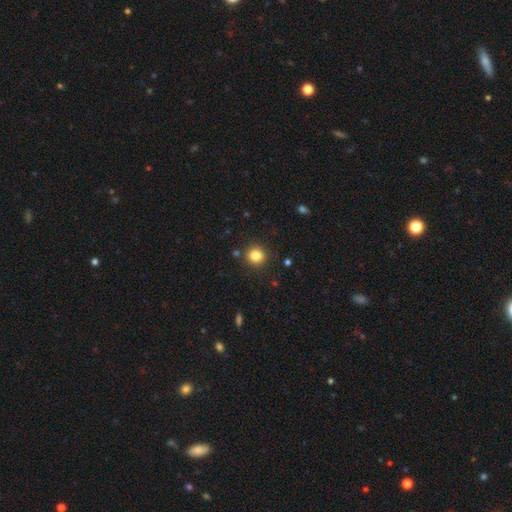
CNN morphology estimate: smooth 83%, star or artifact 12%, featured or disk 5%. Down the decision tree: how rounded — round (92%); merging — none (89%).